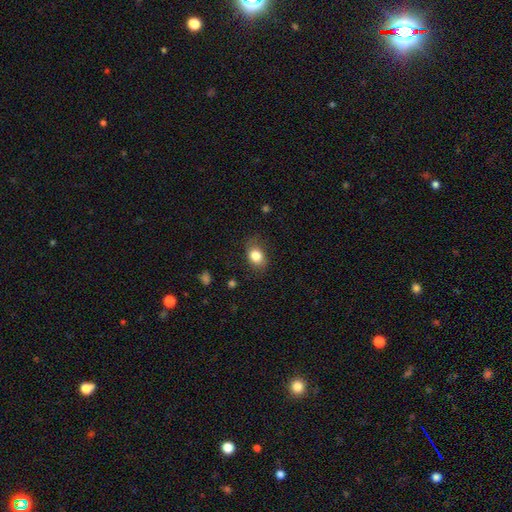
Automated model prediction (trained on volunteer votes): smooth 83%, star or artifact 9%, featured or disk 8%. Down the decision tree: how rounded — in between (69%); merging — none (76%).